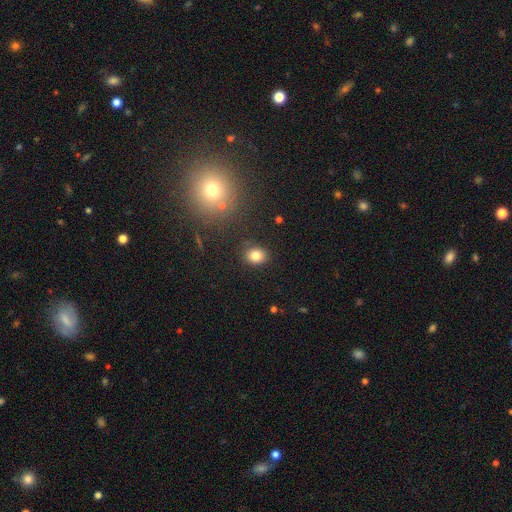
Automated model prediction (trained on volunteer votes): Smooth or featured?
  - smooth: 81% *
  - star or artifact: 12%
  - featured or disk: 7%
How rounded?
  - round: 56% *
  - in between: 43%
  - cigar-shaped: 1%
Merging?
  - none: 86% *
  - minor disturbance: 9%
  - major disturbance: 3%
  - merger: 2%